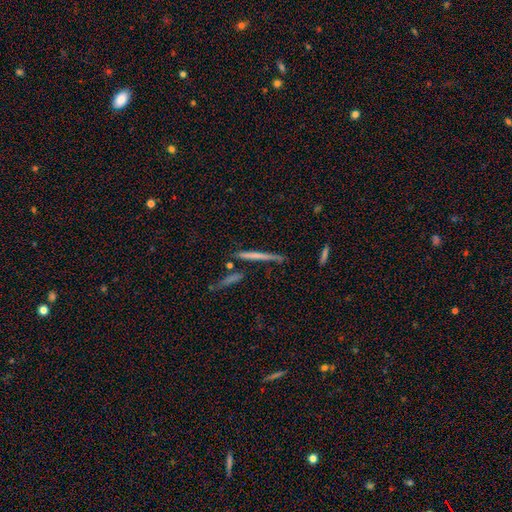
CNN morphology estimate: Overall: smooth (46%, tied with featured or disk). Merging: none (80%).